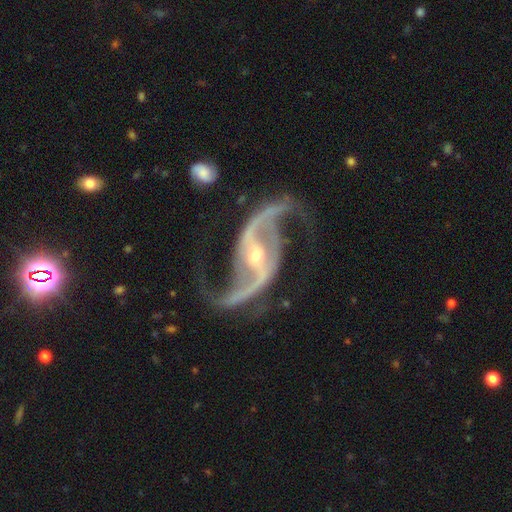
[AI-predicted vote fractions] Overall: featured or disk (94%). Edge-on disk: no (97%). Bar: strong (49%; weak 28%). Spiral arms: yes (98%). Spiral arm count: 2 (95%). Spiral winding: loose (59%; medium 32%). Bulge size: small (56%; moderate 41%). Merging: none (76%).